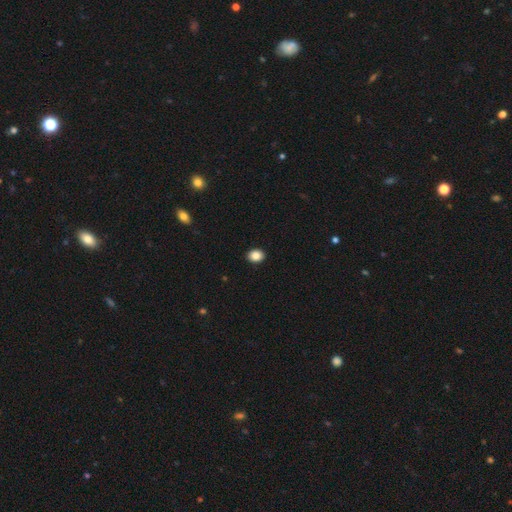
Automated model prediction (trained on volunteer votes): Smooth or featured? Predicted: smooth (p=0.86). How rounded? Predicted: in between (p=0.55). Merging? Predicted: none (p=0.92).